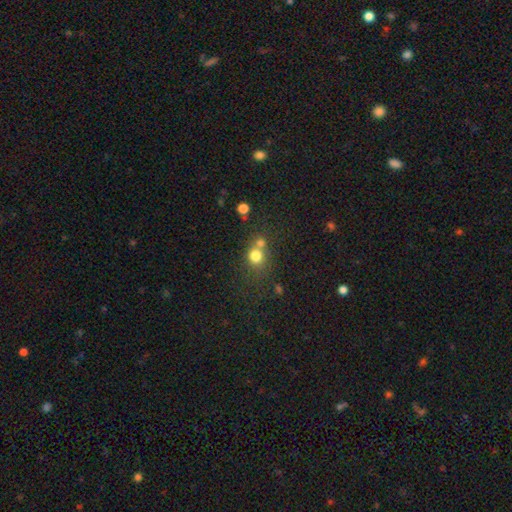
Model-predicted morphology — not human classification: This is likely a smooth galaxy (76%). How rounded: likely round (80%). Merging: possibly none (46%).